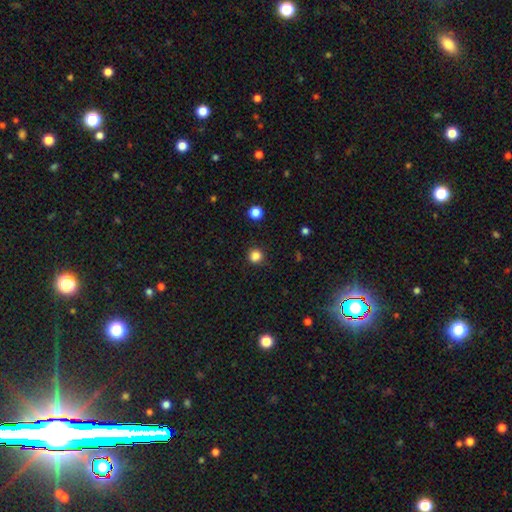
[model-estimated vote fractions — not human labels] Smooth or featured? smooth (84%)
How rounded? round (93%)
Merging? none (90%)